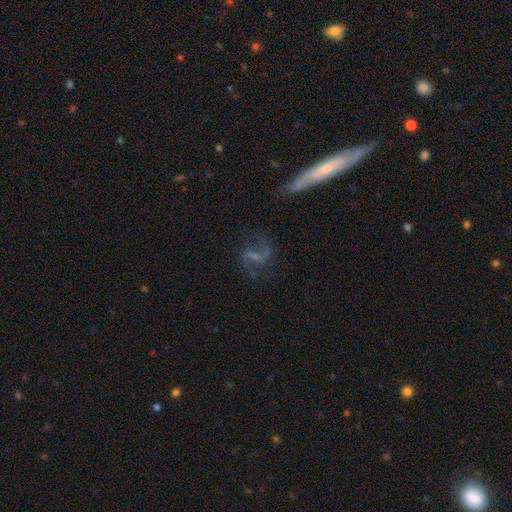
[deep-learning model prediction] featured or disk 79%, star or artifact 11%, smooth 11%. Down the decision tree: edge-on disk — no (97%); bar — weak (45%); spiral arms — yes (92%); spiral arm count — 2 (91%); spiral winding — loose (66%); bulge size — none (54%); merging — none (66%).